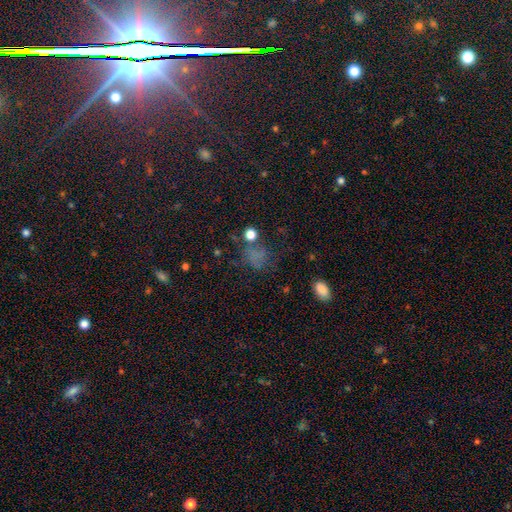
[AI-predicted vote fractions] smooth_or_featured: smooth (p=0.59) [alt: star or artifact p=0.28]
how_rounded: round (p=0.54) [alt: in between p=0.44]
merging: none (p=0.49) [alt: minor disturbance p=0.22]